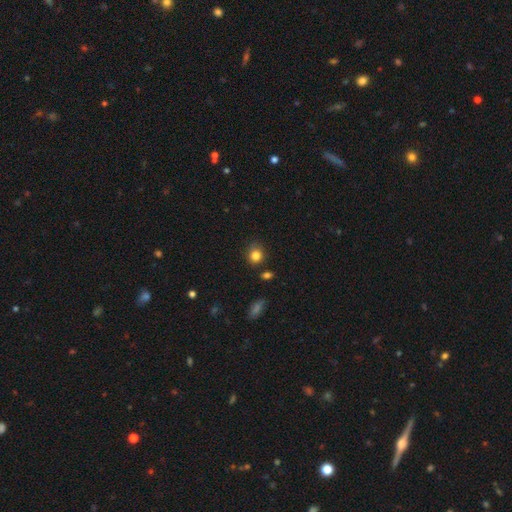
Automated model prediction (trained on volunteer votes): This is clearly a smooth galaxy (83%). How rounded: clearly round (80%). Merging: likely none (76%).